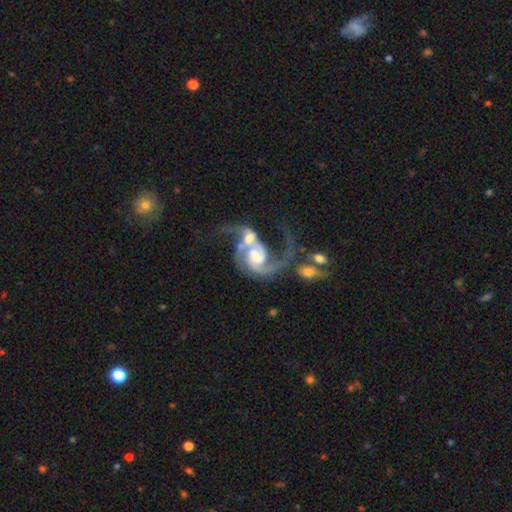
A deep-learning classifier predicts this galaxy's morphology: Smooth or featured? featured or disk (86%)
Edge-on disk? no (98%)
Bar? no (55%)
Spiral arms? yes (94%)
Spiral winding? loose (50%)
Spiral arm count? 2 (70%)
Bulge size? moderate (39%)
Merging? merger (52%)